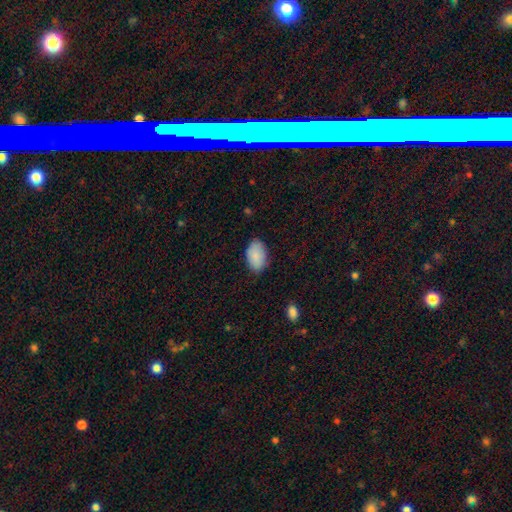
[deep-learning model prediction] The model was most divided on "merging": none: 77%, minor disturbance: 19%, major disturbance: 3%, merger: 1%. More confident: how rounded — in between (92%); smooth or featured — smooth (87%).